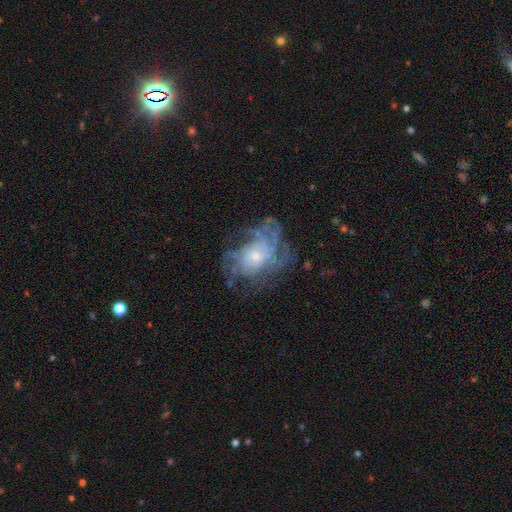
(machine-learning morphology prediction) This is likely a featured or disk galaxy (78%). It is clearly not viewed edge-on (97%). Bar: likely no (79%). Spiral arm pattern: clearly yes (88%). Spiral arm count: marginally can't tell (40%). Spiral winding: possibly tight (52%). Central bulge: possibly small (59%). Merging: likely none (64%).